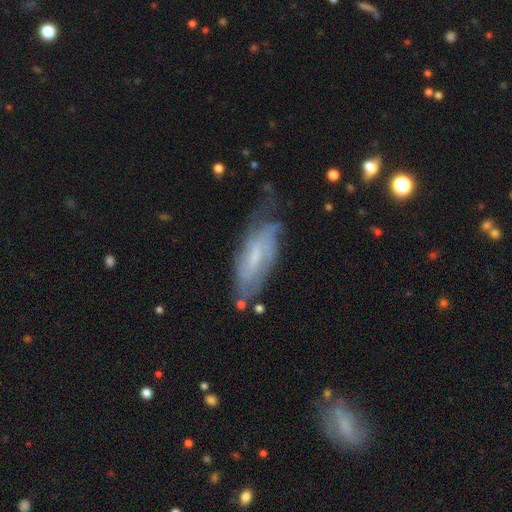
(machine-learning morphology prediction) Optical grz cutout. It shows a featured or disk galaxy (61%) with no bar (46%), spiral arms (78%) and a small central bulge (51%). Merging: none (54%).